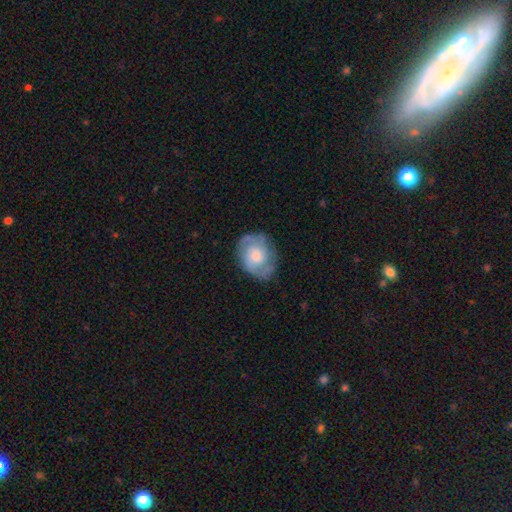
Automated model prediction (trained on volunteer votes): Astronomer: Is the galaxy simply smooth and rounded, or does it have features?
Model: featured or disk — 65%.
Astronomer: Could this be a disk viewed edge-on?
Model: no — 97%.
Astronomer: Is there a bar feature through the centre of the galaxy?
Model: no — 72%.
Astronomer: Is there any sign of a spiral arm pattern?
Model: yes — 88%.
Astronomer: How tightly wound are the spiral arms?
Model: tight — 45% (runner-up: medium, 41%).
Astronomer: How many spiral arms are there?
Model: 2 — 45% (runner-up: can't tell, 27%).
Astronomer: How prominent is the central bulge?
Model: moderate — 54%.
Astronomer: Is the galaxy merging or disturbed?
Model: none — 73%.